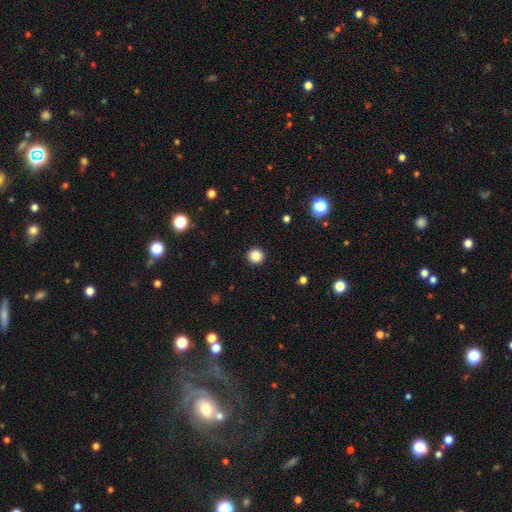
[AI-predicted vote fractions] A smooth galaxy with no disk features (84%) that is round (94%).

Vote fractions:
- Smooth or featured? smooth: 84% / star or artifact: 11% / featured or disk: 4%
- How rounded? round: 94% / in between: 5% / cigar-shaped: 1%
- Merging? none: 93% / minor disturbance: 4% / major disturbance: 2% / merger: 1%